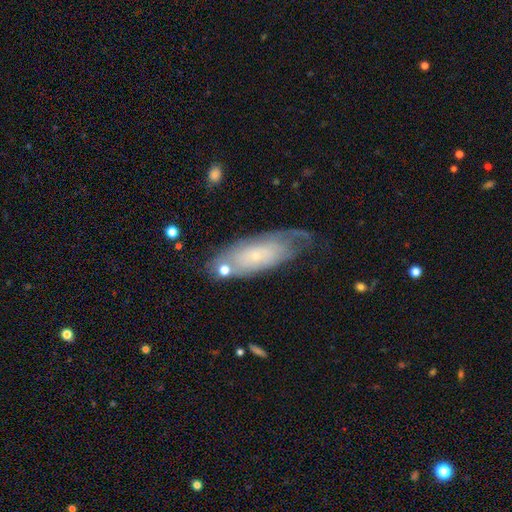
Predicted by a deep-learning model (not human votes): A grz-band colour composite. It shows a featured or disk galaxy (57%). Merging: none (52%).